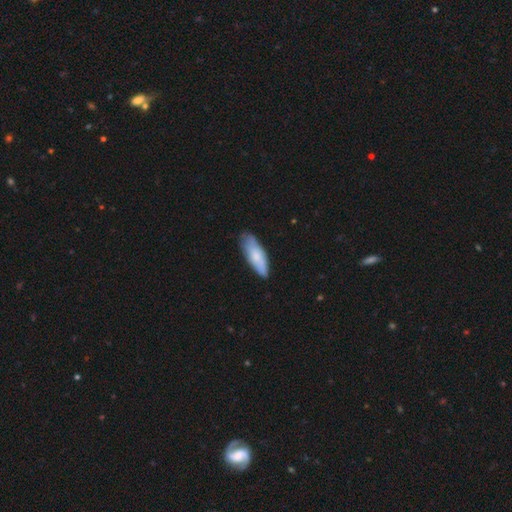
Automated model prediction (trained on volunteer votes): Overall: smooth (72%). How rounded: in between (64%; cigar-shaped 34%). Merging: none (71%).